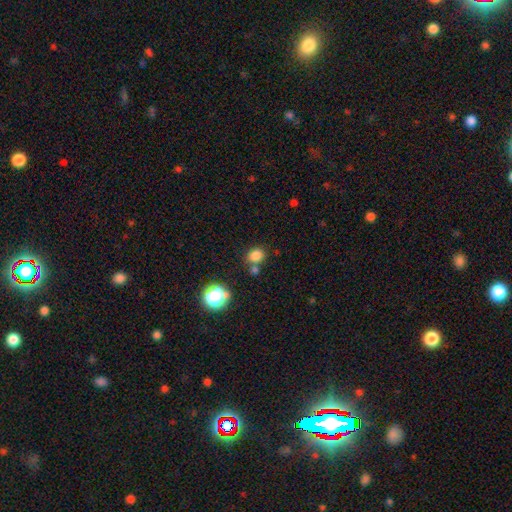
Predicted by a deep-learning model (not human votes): smooth 79%, star or artifact 16%, featured or disk 6%. Down the decision tree: how rounded — round (71%); merging — none (66%).